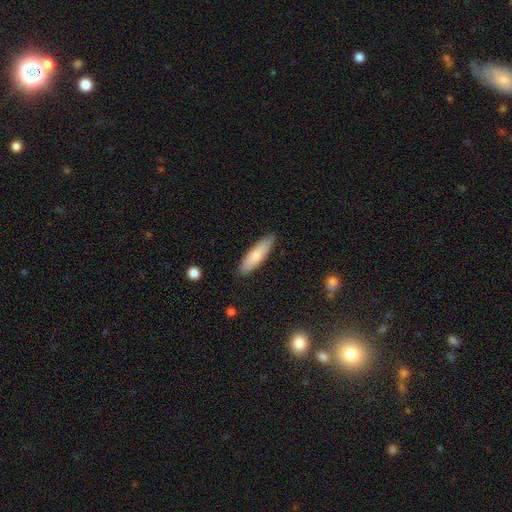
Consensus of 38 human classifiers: smooth_or_featured: smooth (p=0.82) [alt: featured or disk p=0.13]
how_rounded: cigar-shaped (p=0.58) [alt: in between p=0.42]
merging: none (p=0.89) [alt: minor disturbance p=0.11]